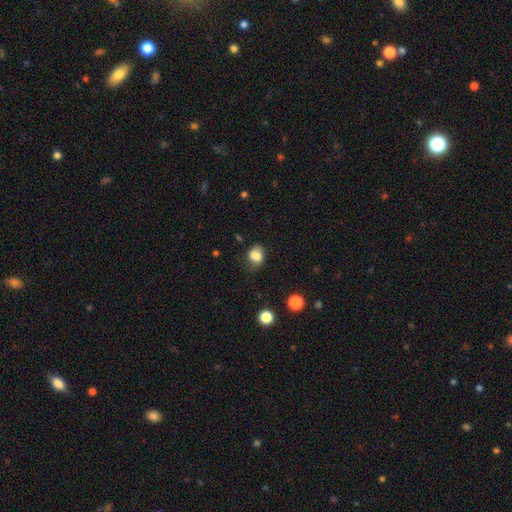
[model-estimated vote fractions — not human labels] Q: Smooth or featured?
A: smooth (83%); runner-up: star or artifact (10%)
Q: How rounded?
A: in between (51%); runner-up: round (48%)
Q: Merging?
A: none (63%); runner-up: minor disturbance (26%)